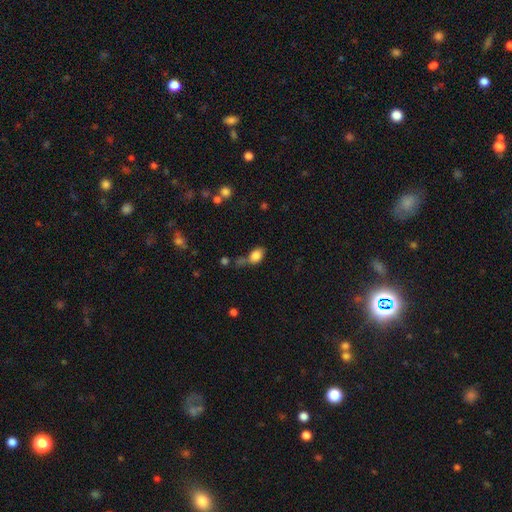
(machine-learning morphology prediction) Smooth or featured?
  - smooth: 83% *
  - star or artifact: 10%
  - featured or disk: 8%
How rounded?
  - in between: 80% *
  - round: 17%
  - cigar-shaped: 2%
Merging?
  - none: 43% *
  - minor disturbance: 24%
  - merger: 20%
  - major disturbance: 13%